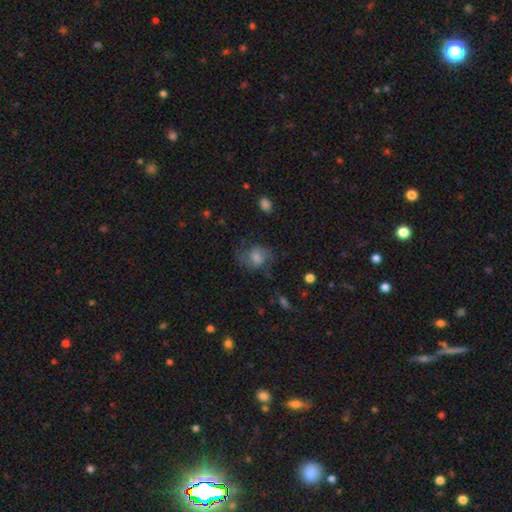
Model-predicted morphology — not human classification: smooth-or-featured: featured or disk: 59% | smooth: 26% | star or artifact: 15%
  disk-edge-on: no: 97% | yes: 3%
    bar: no: 53% | weak: 39% | strong: 8%
    has-spiral-arms: yes: 91% | no: 9%
      spiral-winding: medium: 50% | loose: 31% | tight: 19%
      spiral-arm-count: 2: 81% | can't tell: 10% | 1: 3% | 3: 3% | 4: 1% | more than 4: 1%
    bulge-size: moderate: 45% | small: 30% | large: 14% | none: 9% | dominant: 2%
  merging: none: 69% | minor disturbance: 18% | major disturbance: 12% | merger: 2%